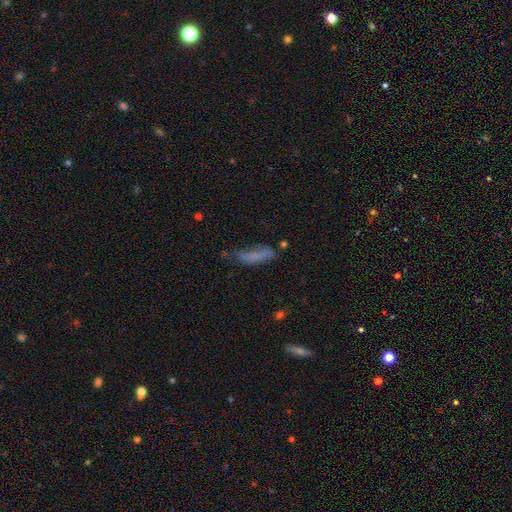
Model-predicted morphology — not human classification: smooth-or-featured: smooth: 65% | featured or disk: 23% | star or artifact: 12%
  how-rounded: cigar-shaped: 68% | in between: 30% | round: 2%
  merging: none: 43% | minor disturbance: 30% | major disturbance: 20% | merger: 7%